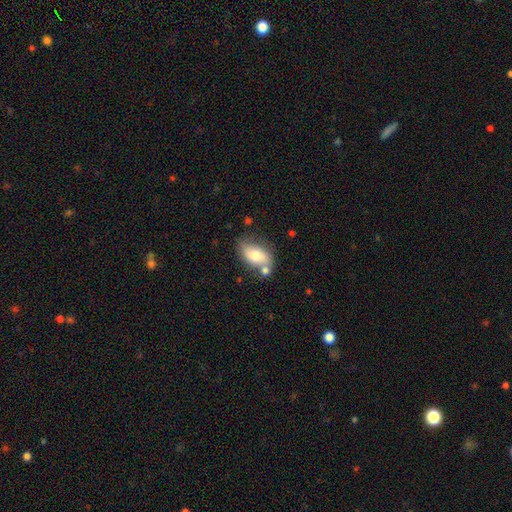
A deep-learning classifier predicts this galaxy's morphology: smooth 63%, featured or disk 30%, star or artifact 7%. Down the decision tree: how rounded — in between (90%); merging — none (55%).